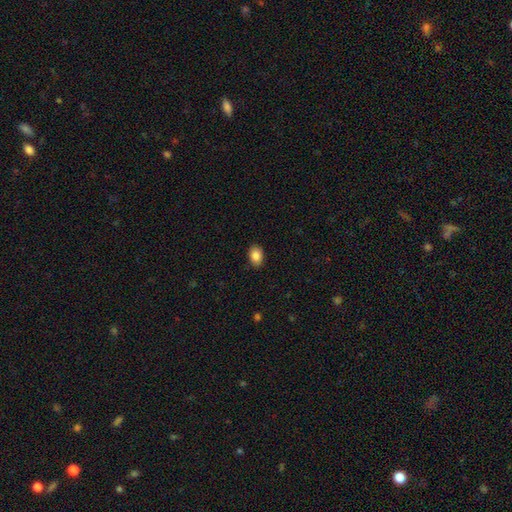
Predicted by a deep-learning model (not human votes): smooth 87%, star or artifact 8%, featured or disk 5%. Down the decision tree: how rounded — in between (82%); merging — none (88%).